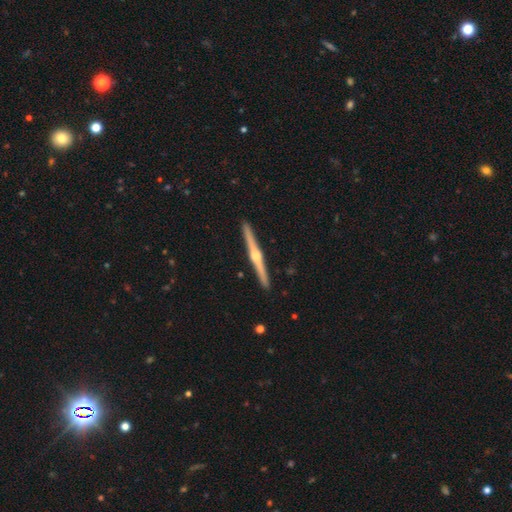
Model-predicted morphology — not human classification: The model was most divided on "smooth or featured": featured or disk: 81%, smooth: 14%, star or artifact: 5%. More confident: edge-on disk — yes (99%); merging — none (93%); edge-on bulge — rounded (92%).